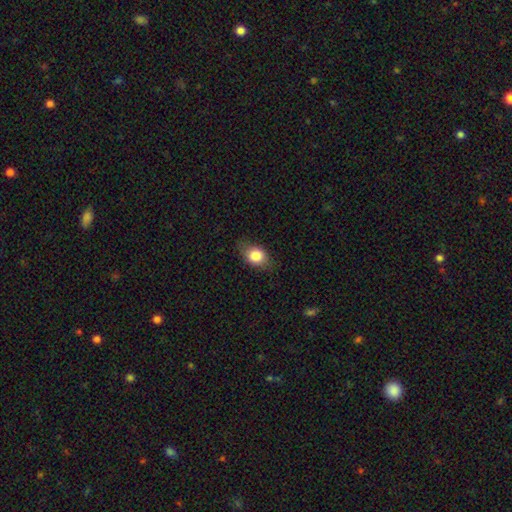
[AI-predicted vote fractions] Q: Smooth or featured?
A: smooth (81%); runner-up: featured or disk (10%)
Q: How rounded?
A: in between (64%); runner-up: round (34%)
Q: Merging?
A: none (74%); runner-up: minor disturbance (19%)